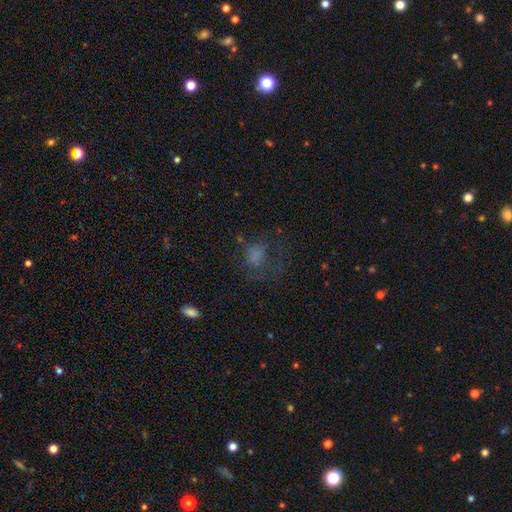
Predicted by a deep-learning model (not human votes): smooth 62%, featured or disk 19%, star or artifact 19%. Down the decision tree: how rounded — round (60%); merging — major disturbance (40%).